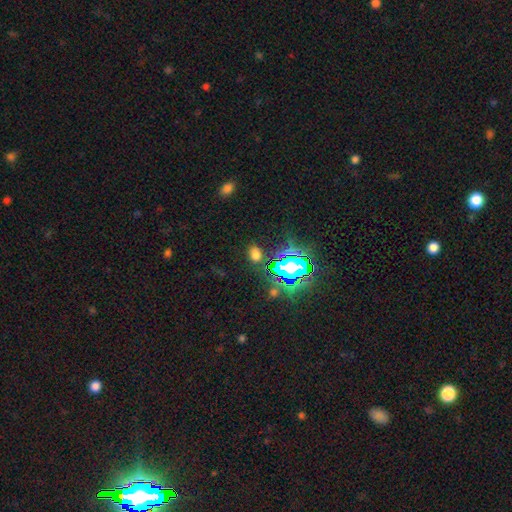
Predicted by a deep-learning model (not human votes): A smooth galaxy with no disk features (55%) that is in between round and cigar-shaped (74%).

Vote fractions:
- Smooth or featured? smooth: 55% / star or artifact: 38% / featured or disk: 7%
- How rounded? in between: 74% / round: 23% / cigar-shaped: 2%
- Merging? none: 81% / minor disturbance: 11% / major disturbance: 5% / merger: 3%